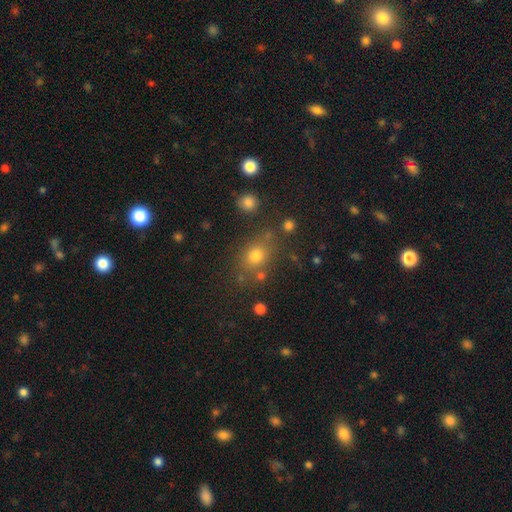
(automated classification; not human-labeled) This is likely a smooth galaxy (73%). How rounded: possibly round (58%). Merging: likely none (74%).